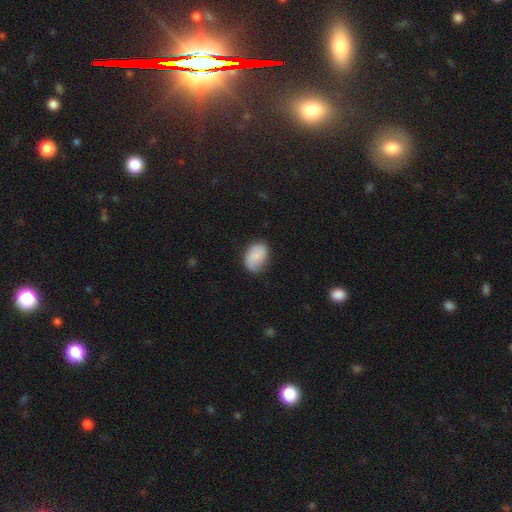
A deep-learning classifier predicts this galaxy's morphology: The model was most divided on "merging": none: 70%, minor disturbance: 23%, major disturbance: 6%, merger: 1%. More confident: how rounded — in between (80%); smooth or featured — smooth (76%).